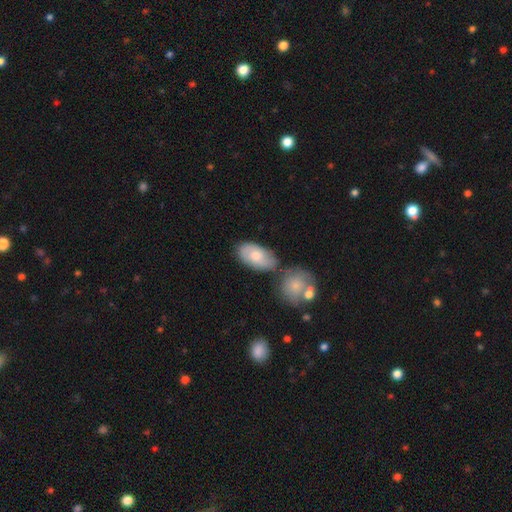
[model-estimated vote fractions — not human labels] smooth-or-featured: smooth: 61% | featured or disk: 33% | star or artifact: 6%
  how-rounded: in between: 91% | round: 7% | cigar-shaped: 2%
  merging: none: 58% | merger: 19% | minor disturbance: 18% | major disturbance: 5%